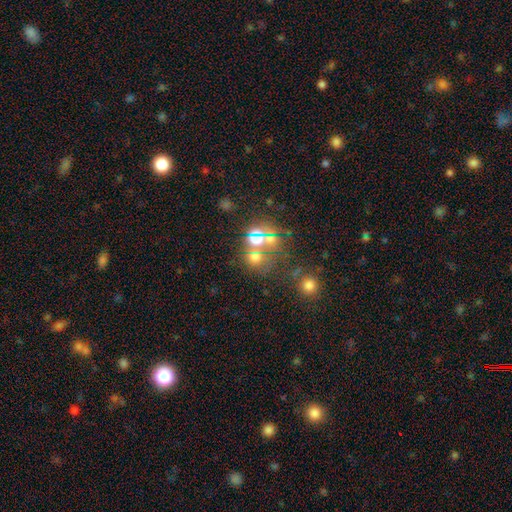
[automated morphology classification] Overall: smooth (48%; star or artifact 39%). Merging: none (56%; merger 29%).